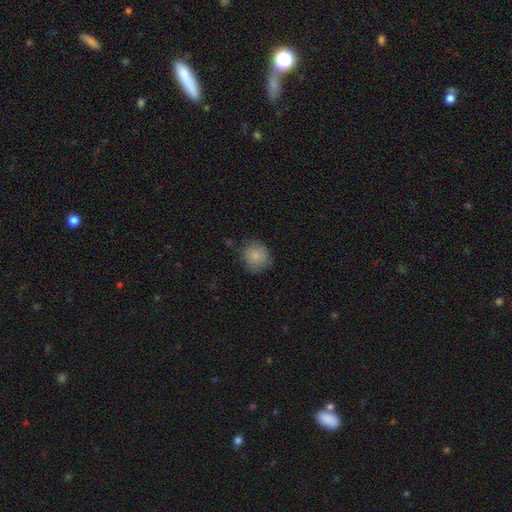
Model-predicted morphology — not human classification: A smooth galaxy with no disk features (84%) that is round (87%). Merging: none (78%).